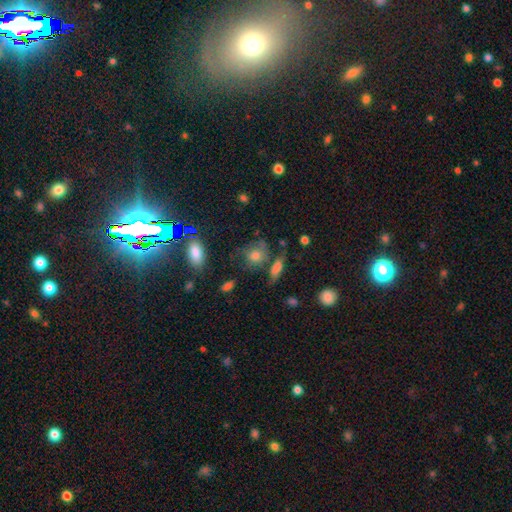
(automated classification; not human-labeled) smooth-or-featured: smooth: 57% | featured or disk: 22% | star or artifact: 21%
  how-rounded: round: 58% | in between: 38% | cigar-shaped: 4%
  merging: none: 56% | minor disturbance: 20% | merger: 12% | major disturbance: 11%